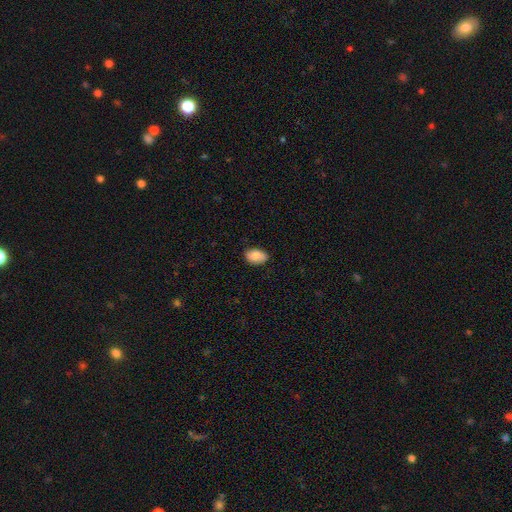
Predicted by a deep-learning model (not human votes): smooth_or_featured: smooth (p=0.83) [alt: featured or disk p=0.10]
how_rounded: in between (p=0.89) [alt: round p=0.10]
merging: none (p=0.82) [alt: minor disturbance p=0.14]